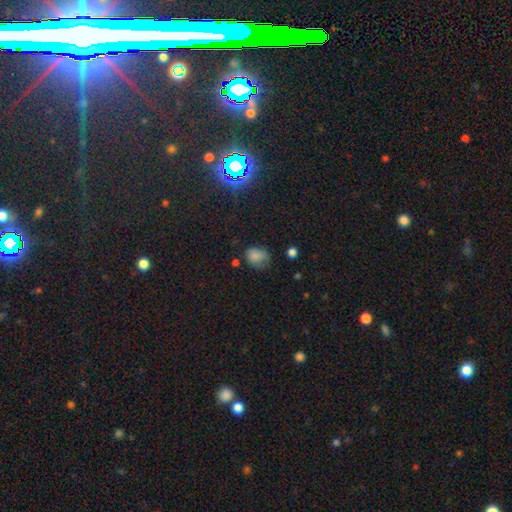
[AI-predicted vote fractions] smooth-or-featured: smooth: 77% | star or artifact: 15% | featured or disk: 8%
  how-rounded: in between: 52% | round: 46% | cigar-shaped: 1%
  merging: none: 50% | minor disturbance: 34% | major disturbance: 12% | merger: 3%